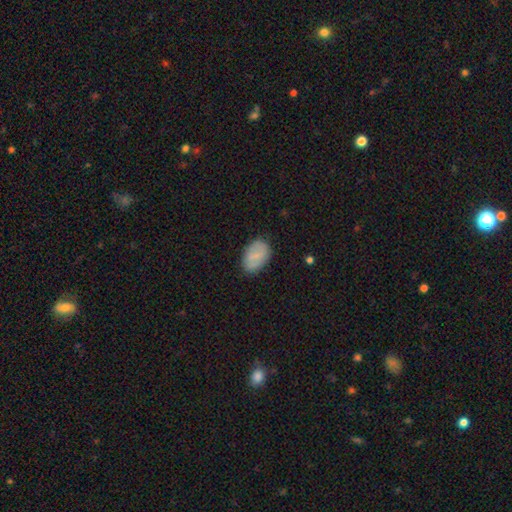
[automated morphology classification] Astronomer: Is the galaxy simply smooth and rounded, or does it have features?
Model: smooth — 75%.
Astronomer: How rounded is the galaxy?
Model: in between — 89%.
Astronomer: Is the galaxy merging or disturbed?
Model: none — 82%.